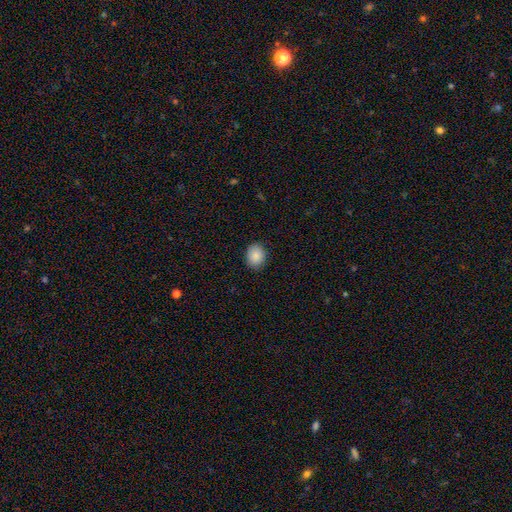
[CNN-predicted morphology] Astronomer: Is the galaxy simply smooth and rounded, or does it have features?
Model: smooth — 89%.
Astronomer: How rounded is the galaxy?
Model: round — 54% (runner-up: in between, 45%).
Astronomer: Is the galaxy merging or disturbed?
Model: none — 88%.